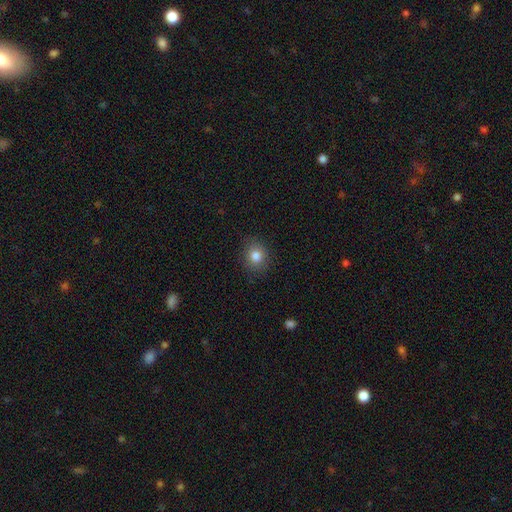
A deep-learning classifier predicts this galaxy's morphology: Smooth or featured? smooth (82%)
How rounded? round (72%)
Merging? none (87%)